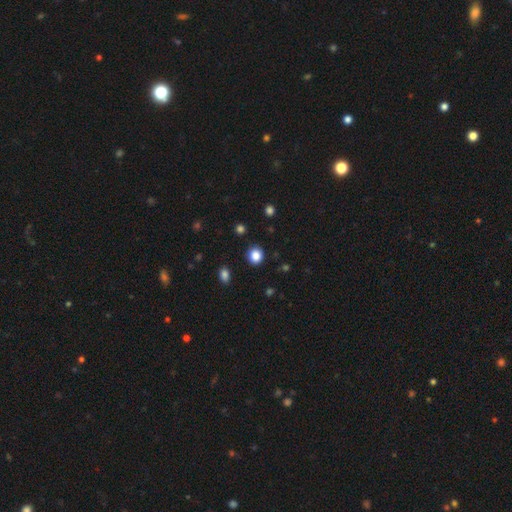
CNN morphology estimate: Q: Smooth or featured?
A: smooth (86%); runner-up: star or artifact (11%)
Q: How rounded?
A: round (81%); runner-up: in between (18%)
Q: Merging?
A: none (90%); runner-up: minor disturbance (7%)